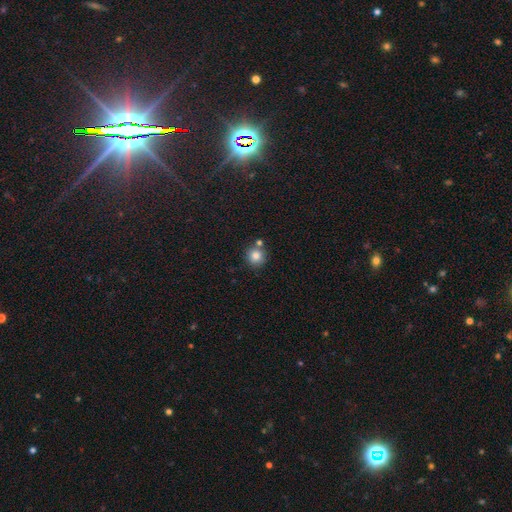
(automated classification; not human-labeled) A smooth galaxy with no disk features (82%) that is round (92%). Merging: none (73%).